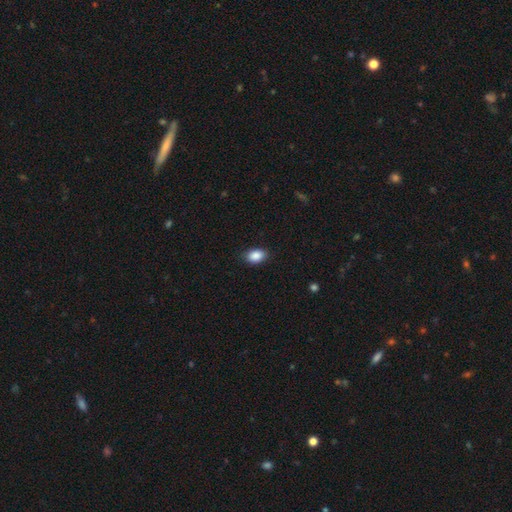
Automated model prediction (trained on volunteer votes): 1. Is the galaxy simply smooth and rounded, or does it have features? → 89% smooth, 8% star or artifact, 4% featured or disk.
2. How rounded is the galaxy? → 85% in between, 14% round, 1% cigar-shaped.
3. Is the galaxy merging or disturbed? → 85% none, 12% minor disturbance, 2% major disturbance, 1% merger.